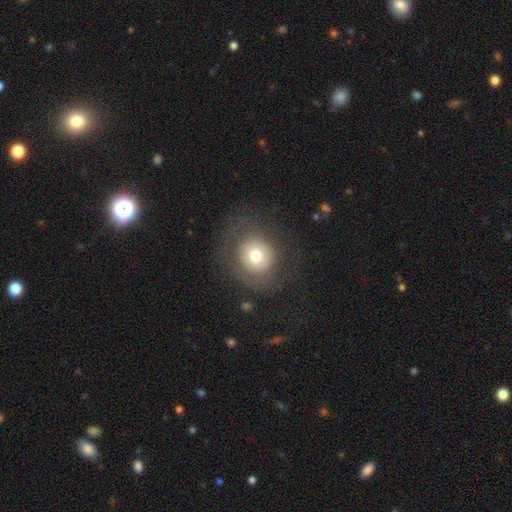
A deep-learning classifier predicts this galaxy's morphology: A smooth galaxy with no disk features (64%) that is round (88%). Merging: none (70%).